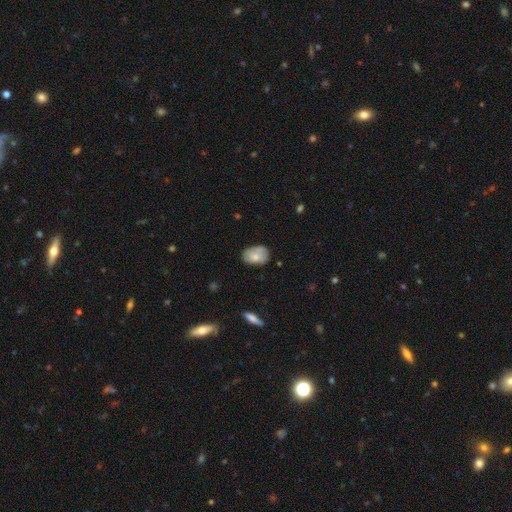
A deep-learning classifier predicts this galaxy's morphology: Smooth or featured? smooth (72%)
How rounded? in between (83%)
Merging? none (65%)